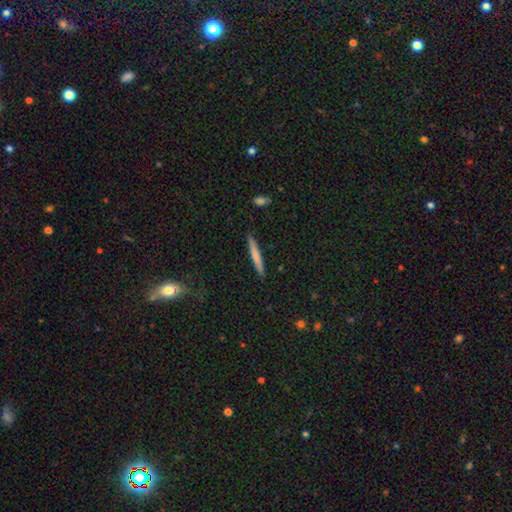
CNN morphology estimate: A smooth galaxy with no disk features (65%) that is cigar-shaped (96%).

Vote fractions:
- Smooth or featured? smooth: 65% / featured or disk: 29% / star or artifact: 6%
- How rounded? cigar-shaped: 96% / in between: 3% / round: 1%
- Merging? none: 90% / minor disturbance: 8% / major disturbance: 2% / merger: 1%